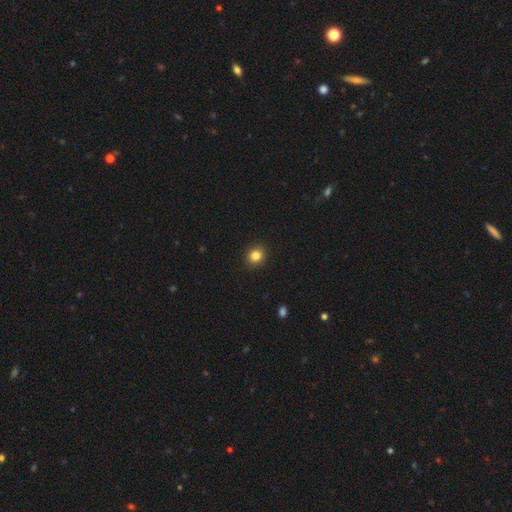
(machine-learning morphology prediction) type=smooth (84%); roundness=round (69%); merging=none (91%).